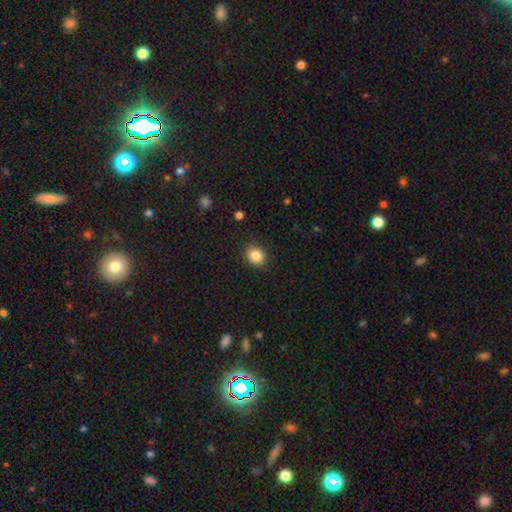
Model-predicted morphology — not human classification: Smooth or featured?
  - smooth: 85% *
  - star or artifact: 10%
  - featured or disk: 5%
How rounded?
  - round: 70% *
  - in between: 29%
  - cigar-shaped: 1%
Merging?
  - none: 90% *
  - minor disturbance: 7%
  - major disturbance: 2%
  - merger: 1%